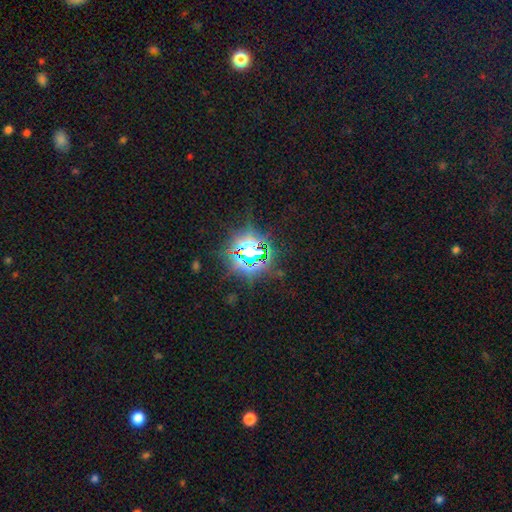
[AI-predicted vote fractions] smooth-or-featured: star or artifact: 74% | smooth: 15% | featured or disk: 11%